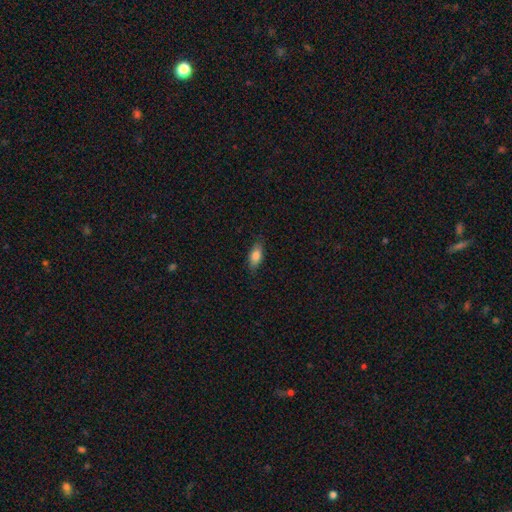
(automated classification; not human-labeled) smooth-or-featured: smooth: 80% | featured or disk: 13% | star or artifact: 7%
  how-rounded: in between: 81% | cigar-shaped: 15% | round: 4%
  merging: none: 83% | minor disturbance: 13% | major disturbance: 3% | merger: 1%